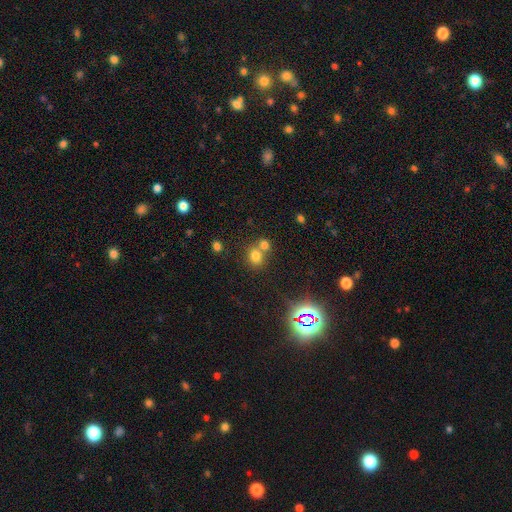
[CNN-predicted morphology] smooth 73%, star or artifact 18%, featured or disk 9%. Down the decision tree: how rounded — round (70%); merging — none (46%).